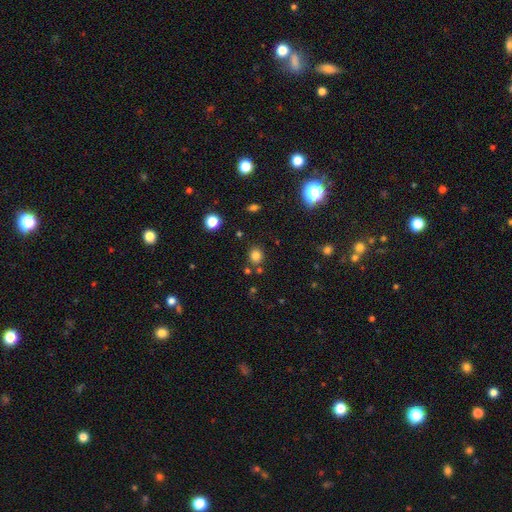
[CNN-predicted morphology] The model was most divided on "how rounded": round: 80%, in between: 19%, cigar-shaped: 1%. More confident: merging — none (82%); smooth or featured — smooth (80%).